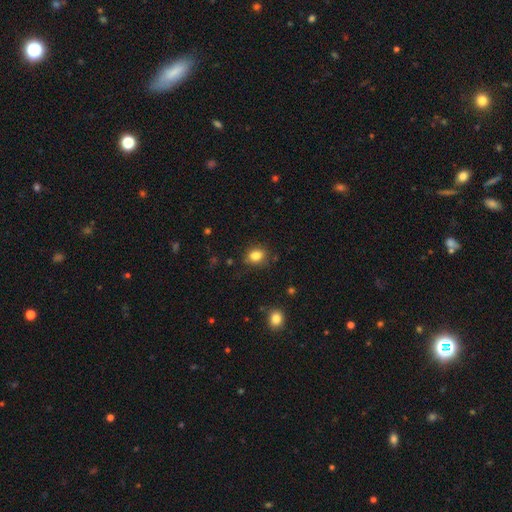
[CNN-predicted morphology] The model was most divided on "how rounded": in between: 58%, round: 41%, cigar-shaped: 1%. More confident: smooth or featured — smooth (84%); merging — none (79%).